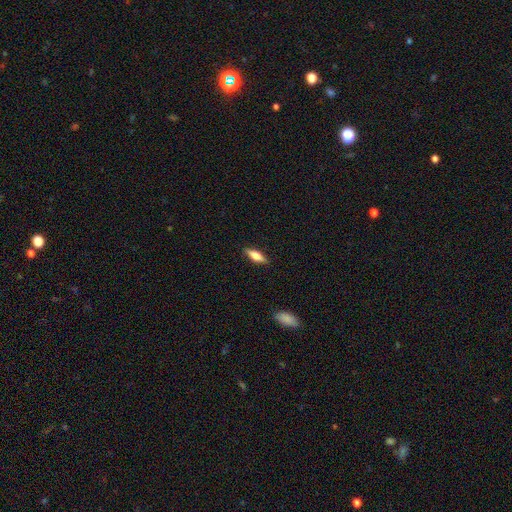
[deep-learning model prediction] smooth-or-featured: smooth: 58% | featured or disk: 35% | star or artifact: 7%
  how-rounded: in between: 53% | cigar-shaped: 44% | round: 3%
  merging: none: 87% | minor disturbance: 9% | major disturbance: 2% | merger: 1%